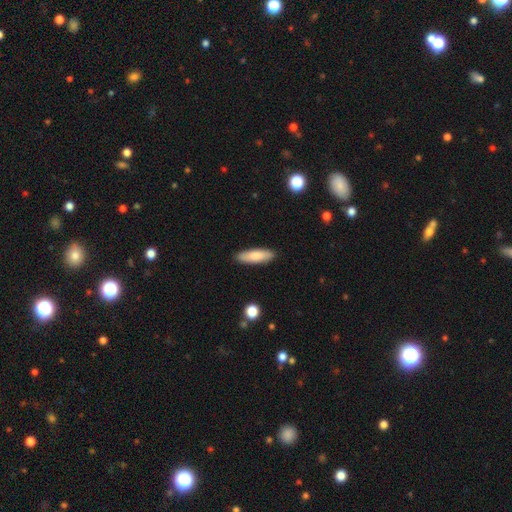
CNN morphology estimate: Q: Smooth or featured?
A: smooth (82%); runner-up: featured or disk (12%)
Q: How rounded?
A: cigar-shaped (56%); runner-up: in between (42%)
Q: Merging?
A: none (89%); runner-up: minor disturbance (8%)